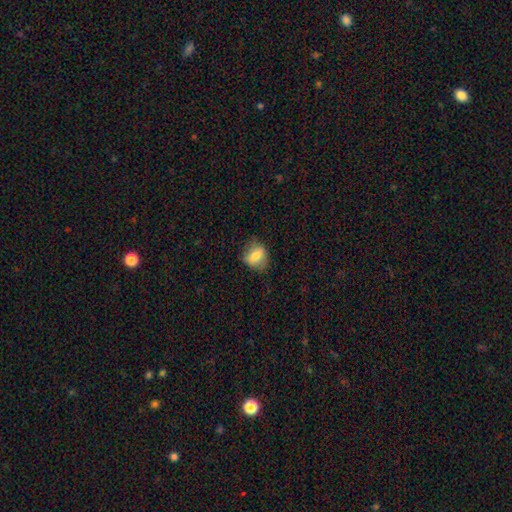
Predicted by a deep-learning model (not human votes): A smooth galaxy with no disk features (68%) that is round (53%).

Vote fractions:
- Smooth or featured? smooth: 68% / featured or disk: 24% / star or artifact: 9%
- How rounded? round: 53% / in between: 45% / cigar-shaped: 2%
- Merging? none: 72% / minor disturbance: 21% / major disturbance: 6% / merger: 1%